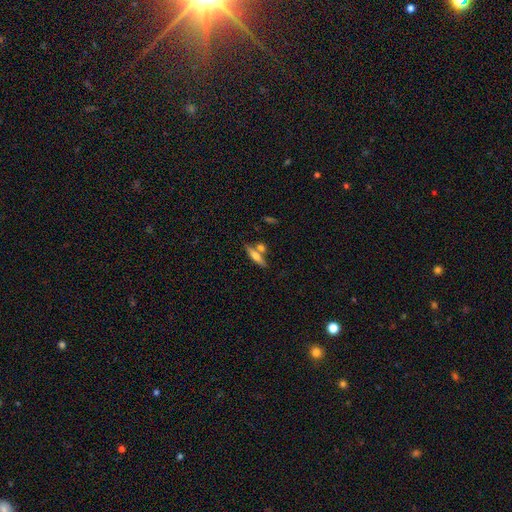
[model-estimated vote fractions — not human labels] Morphology: type=smooth (54%); roundness=cigar-shaped (73%); merging=none (62%).